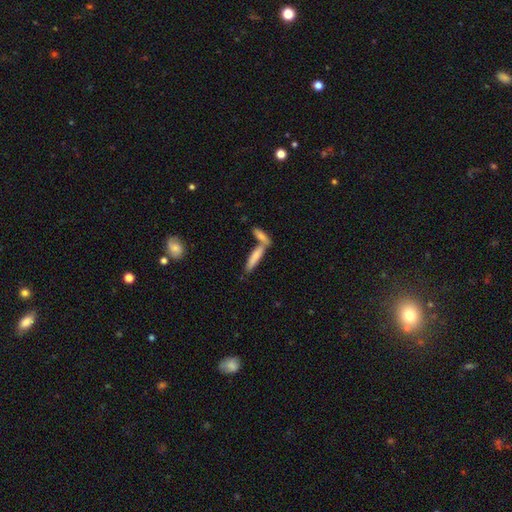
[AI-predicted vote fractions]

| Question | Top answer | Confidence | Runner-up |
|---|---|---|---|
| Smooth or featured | smooth | 73% | featured or disk (20%) |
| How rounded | cigar-shaped | 77% | in between (22%) |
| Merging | none | 46% | merger (42%) |